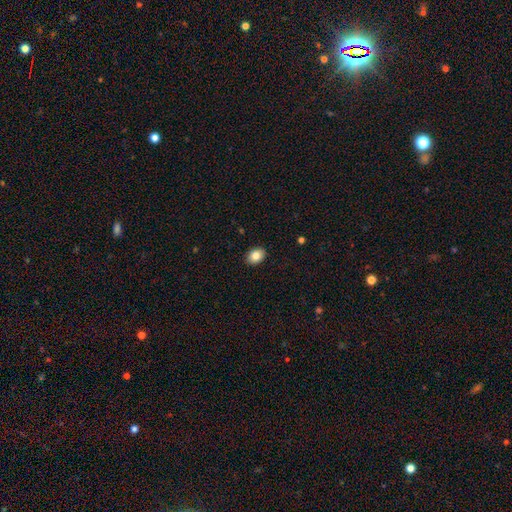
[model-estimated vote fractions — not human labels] smooth 84%, featured or disk 8%, star or artifact 8%. Down the decision tree: how rounded — in between (73%); merging — none (90%).